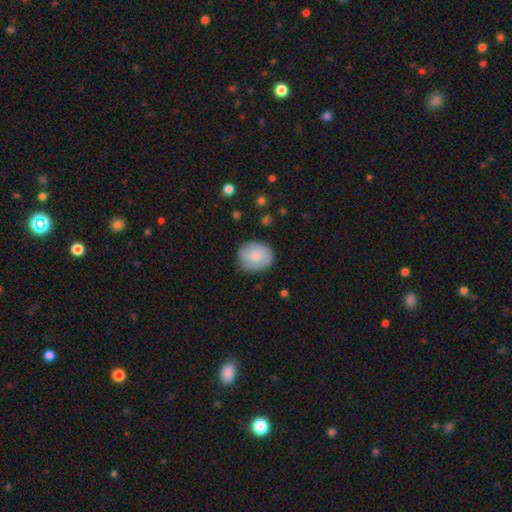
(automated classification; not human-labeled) smooth-or-featured: smooth: 69% | featured or disk: 25% | star or artifact: 6%
  how-rounded: round: 70% | in between: 29% | cigar-shaped: 1%
  merging: none: 80% | minor disturbance: 15% | major disturbance: 4% | merger: 1%